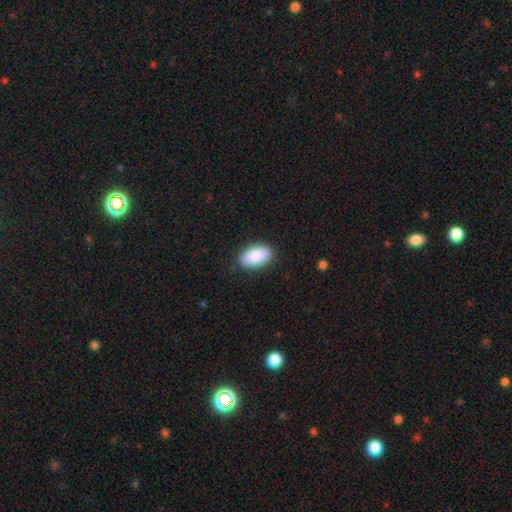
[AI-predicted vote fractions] Overall: smooth (87%). How rounded: in between (94%). Merging: none (85%).